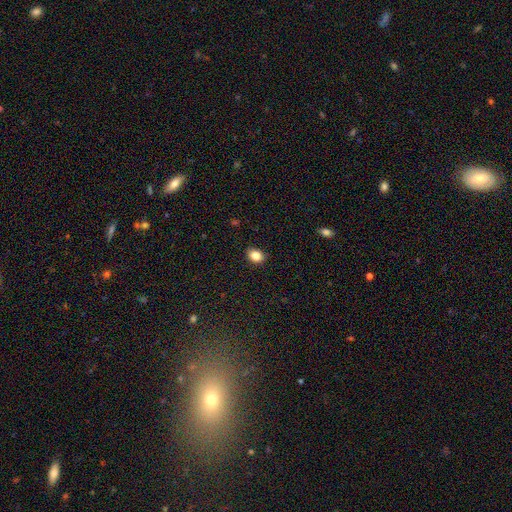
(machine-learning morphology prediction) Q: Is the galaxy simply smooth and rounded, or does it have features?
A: smooth — 84%.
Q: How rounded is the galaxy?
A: in between — 52%.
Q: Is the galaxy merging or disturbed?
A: none — 88%.